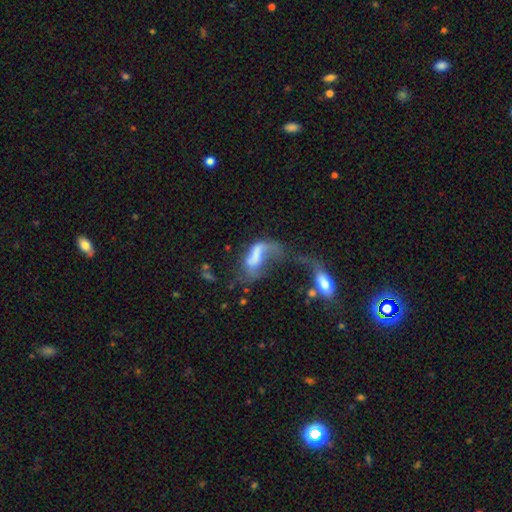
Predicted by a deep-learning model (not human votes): smooth_or_featured: featured or disk (p=0.46) [alt: smooth p=0.43]
merging: major disturbance (p=0.42) [alt: merger p=0.37]